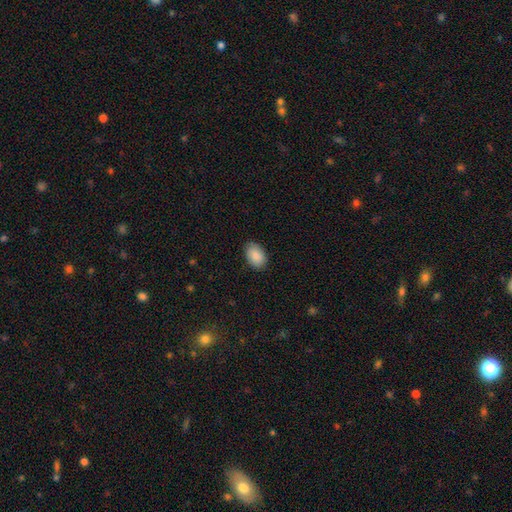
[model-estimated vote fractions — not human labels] A smooth galaxy with no disk features (89%) that is in between round and cigar-shaped (90%). Merging: none (86%).